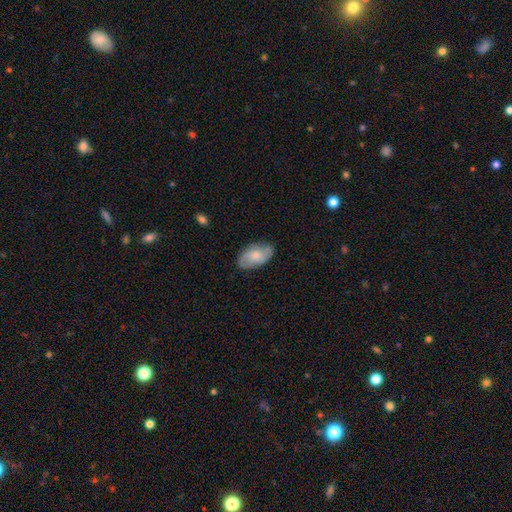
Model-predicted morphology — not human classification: A smooth galaxy with no disk features (62%) that is in between round and cigar-shaped (93%). Merging: none (74%).